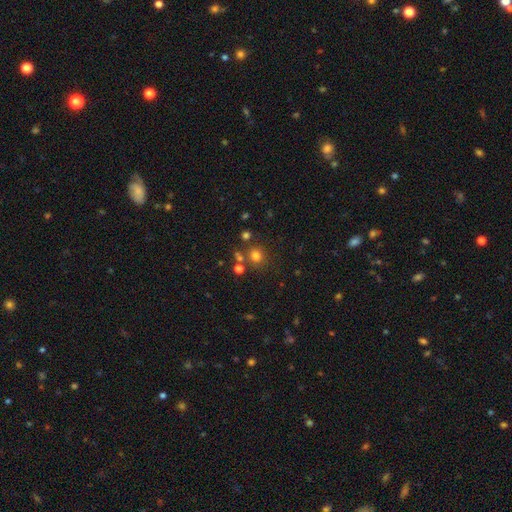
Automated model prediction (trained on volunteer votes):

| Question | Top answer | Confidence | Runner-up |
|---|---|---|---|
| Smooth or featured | smooth | 73% | star or artifact (19%) |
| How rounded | round | 85% | in between (14%) |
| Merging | none | 75% | merger (12%) |